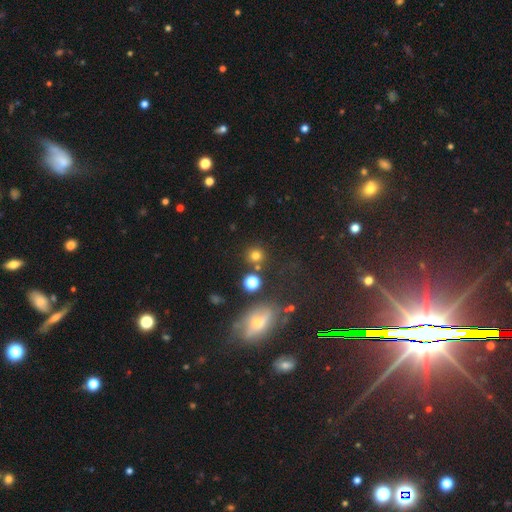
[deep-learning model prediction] Q: Smooth or featured?
A: smooth (74%); runner-up: star or artifact (18%)
Q: How rounded?
A: round (90%); runner-up: in between (9%)
Q: Merging?
A: none (78%); runner-up: merger (9%)